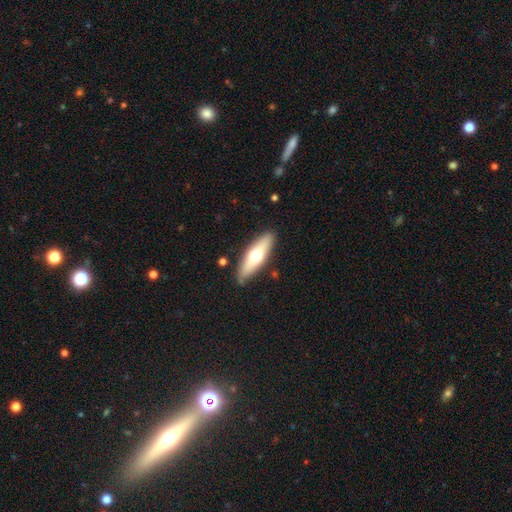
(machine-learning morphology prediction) The model was most divided on "how rounded": cigar-shaped: 52%, in between: 46%, round: 2%. More confident: merging — none (86%); smooth or featured — smooth (54%).